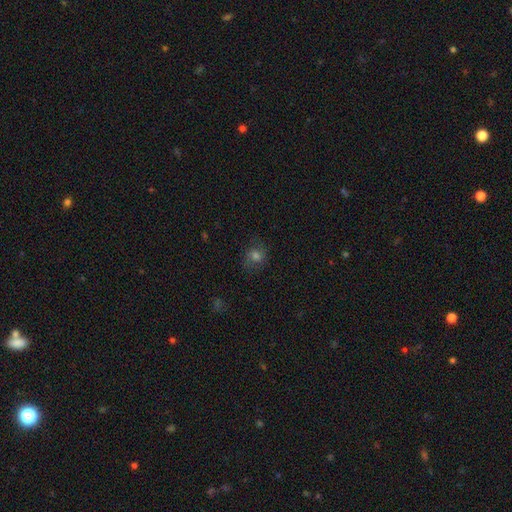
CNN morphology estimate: Overall: smooth (61%). How rounded: round (68%; in between 31%). Merging: none (75%).